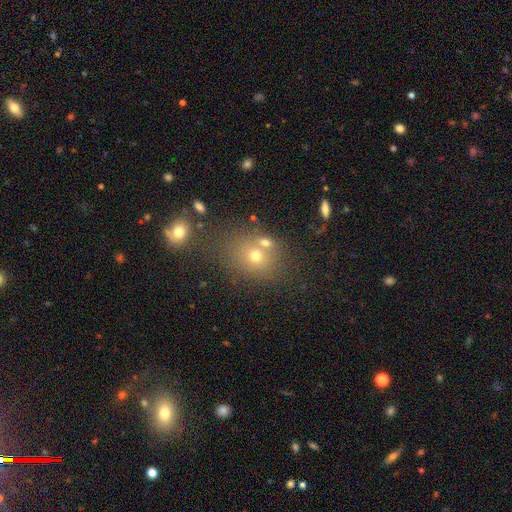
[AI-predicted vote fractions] A smooth galaxy with no disk features (65%) that is round (69%).

Vote fractions:
- Smooth or featured? smooth: 65% / star or artifact: 19% / featured or disk: 16%
- How rounded? round: 69% / in between: 30% / cigar-shaped: 1%
- Merging? none: 58% / merger: 25% / minor disturbance: 11% / major disturbance: 5%